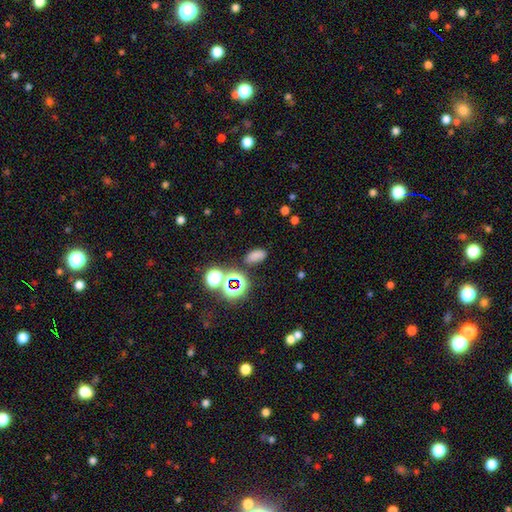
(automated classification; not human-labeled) smooth 68%, star or artifact 25%, featured or disk 6%. Down the decision tree: how rounded — in between (86%); merging — none (78%).